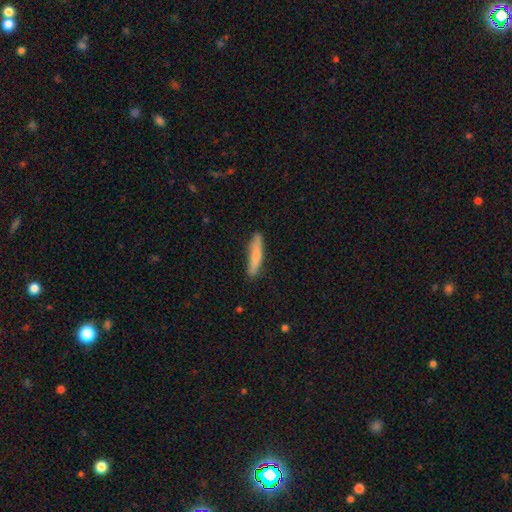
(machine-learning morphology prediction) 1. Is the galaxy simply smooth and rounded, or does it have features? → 79% smooth, 16% featured or disk, 6% star or artifact.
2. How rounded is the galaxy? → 87% cigar-shaped, 11% in between, 1% round.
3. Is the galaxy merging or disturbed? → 83% none, 13% minor disturbance, 2% major disturbance, 1% merger.